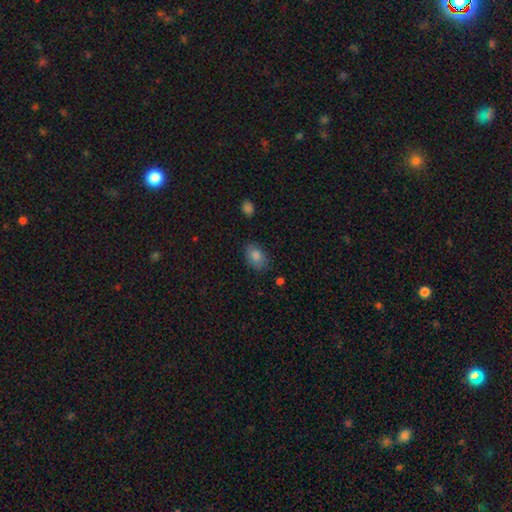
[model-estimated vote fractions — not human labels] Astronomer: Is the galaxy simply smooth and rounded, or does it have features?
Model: smooth — 84%.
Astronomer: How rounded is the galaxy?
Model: in between — 83%.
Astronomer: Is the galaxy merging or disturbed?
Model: none — 79%.